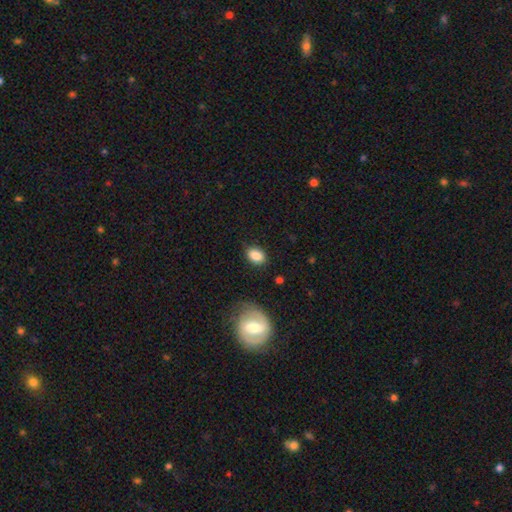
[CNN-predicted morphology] A smooth galaxy with no disk features (86%) that is in between round and cigar-shaped (77%). Merging: none (82%).